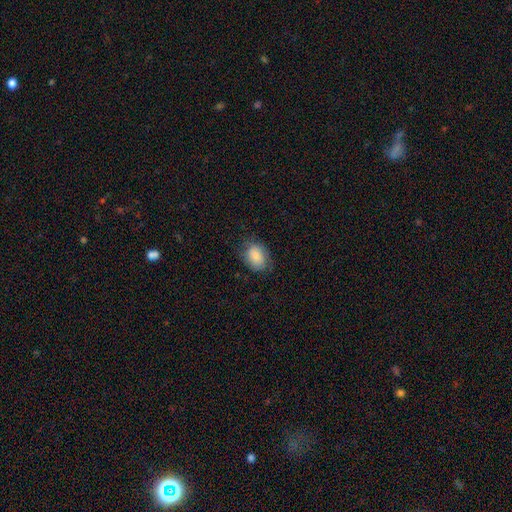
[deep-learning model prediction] Smooth or featured? Predicted: smooth (p=0.82). How rounded? Predicted: in between (p=0.71). Merging? Predicted: none (p=0.69).